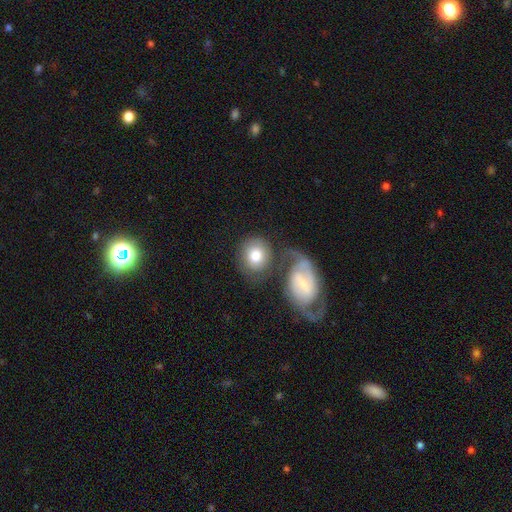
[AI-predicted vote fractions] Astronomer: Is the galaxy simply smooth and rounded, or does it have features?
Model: smooth — 74%.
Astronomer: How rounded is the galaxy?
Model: round — 73%.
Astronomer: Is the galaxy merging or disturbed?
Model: none — 48% (runner-up: merger, 32%).